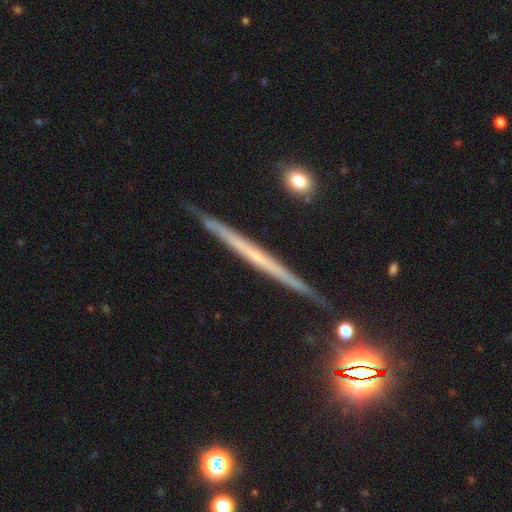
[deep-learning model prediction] A featured or disk galaxy (65%) viewed edge-on (97%) with no central bulge (82%).

Vote fractions:
- Smooth or featured? featured or disk: 65% / smooth: 23% / star or artifact: 12%
- Edge-on disk? yes: 97% / no: 3%
- Edge-on bulge? none: 82% / rounded: 13% / boxy: 4%
- Merging? none: 88% / minor disturbance: 8% / merger: 2% / major disturbance: 2%